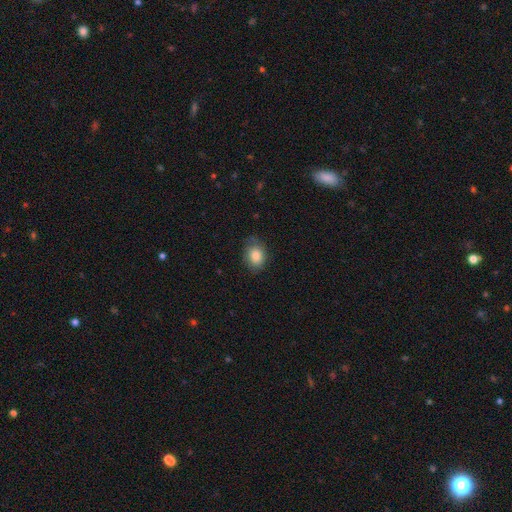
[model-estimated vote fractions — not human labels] A smooth galaxy with no disk features (84%) that is in between round and cigar-shaped (66%). Merging: none (73%).